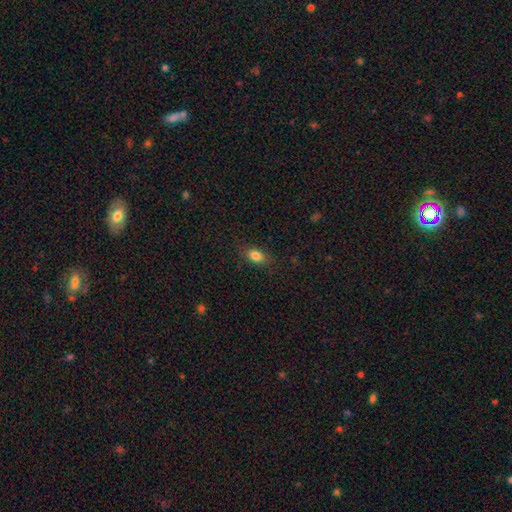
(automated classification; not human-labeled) smooth_or_featured: smooth (p=0.84) [alt: star or artifact p=0.09]
how_rounded: in between (p=0.82) [alt: round p=0.14]
merging: none (p=0.84) [alt: minor disturbance p=0.12]